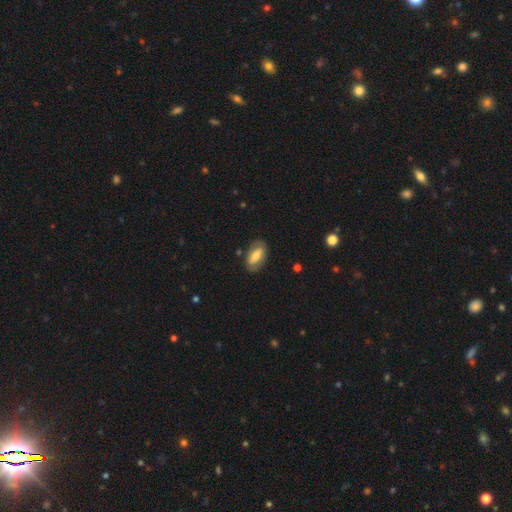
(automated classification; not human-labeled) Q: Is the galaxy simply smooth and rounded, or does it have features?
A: smooth — 57%.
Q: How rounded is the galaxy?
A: in between — 88%.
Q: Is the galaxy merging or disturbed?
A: none — 79%.